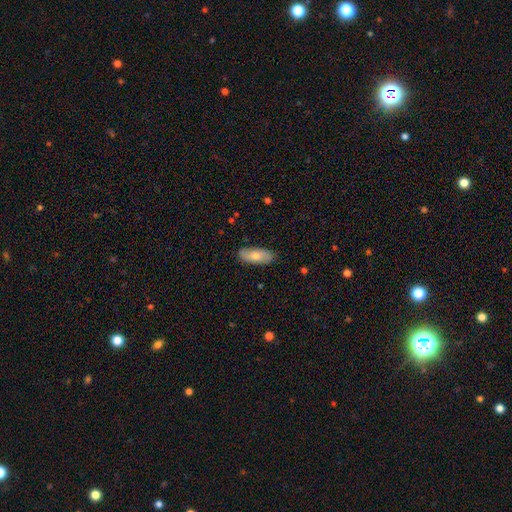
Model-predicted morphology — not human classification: Overall: smooth (69%). How rounded: in between (81%). Merging: none (84%).